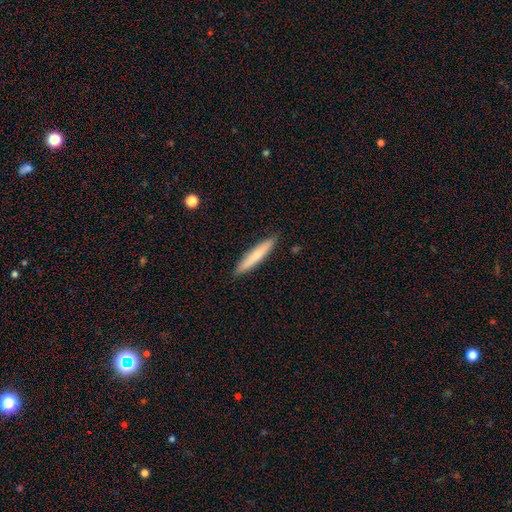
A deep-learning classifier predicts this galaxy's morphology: A smooth galaxy with no disk features (72%) that is cigar-shaped (92%).

Vote fractions:
- Smooth or featured? smooth: 72% / featured or disk: 22% / star or artifact: 5%
- How rounded? cigar-shaped: 92% / in between: 7% / round: 1%
- Merging? none: 90% / minor disturbance: 7% / major disturbance: 1% / merger: 1%